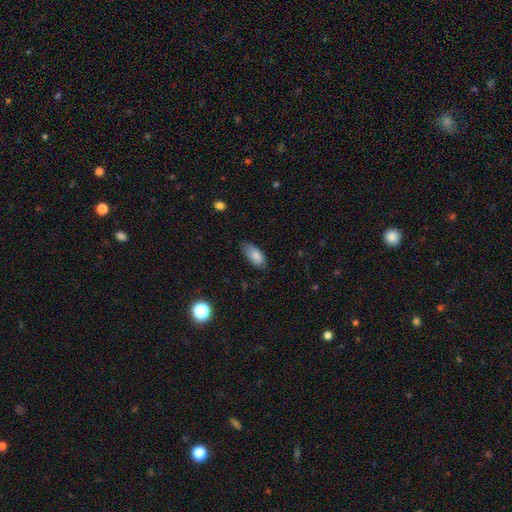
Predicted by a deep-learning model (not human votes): The model was most divided on "merging": none: 70%, minor disturbance: 24%, major disturbance: 4%, merger: 1%. More confident: how rounded — in between (89%); smooth or featured — smooth (85%).